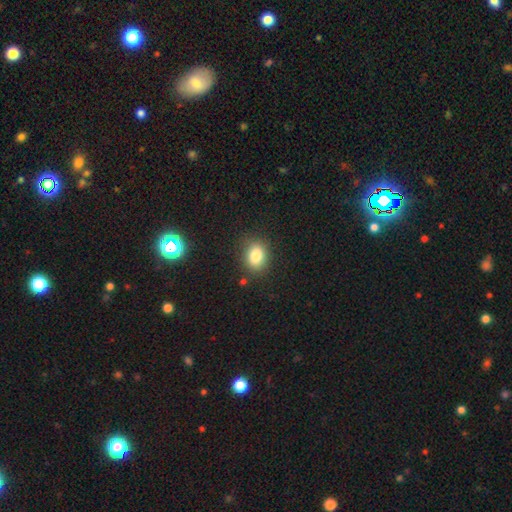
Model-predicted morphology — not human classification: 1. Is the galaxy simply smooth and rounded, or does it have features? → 83% smooth, 11% star or artifact, 7% featured or disk.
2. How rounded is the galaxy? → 58% in between, 41% round, 1% cigar-shaped.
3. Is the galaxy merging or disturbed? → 84% none, 11% minor disturbance, 3% major disturbance, 2% merger.